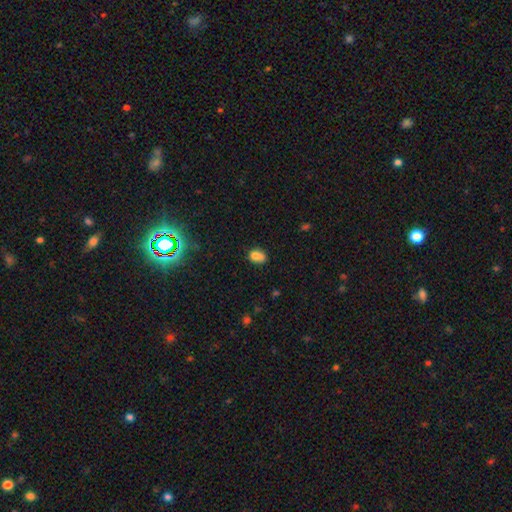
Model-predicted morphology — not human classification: This is likely a smooth galaxy (74%). How rounded: possibly in between (54%). Merging: marginally merger (38%).